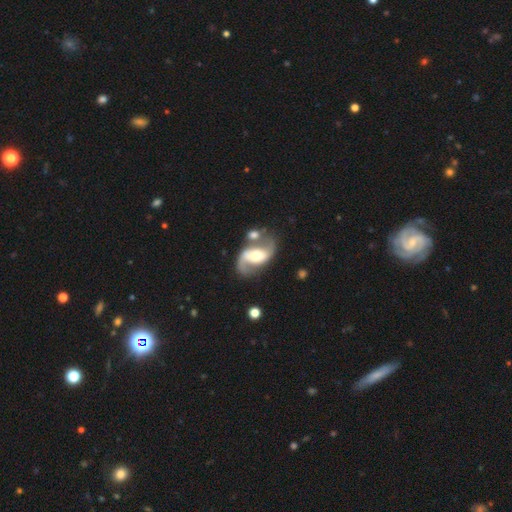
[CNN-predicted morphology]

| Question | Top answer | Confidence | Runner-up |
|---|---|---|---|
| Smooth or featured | featured or disk | 85% | smooth (10%) |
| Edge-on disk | no | 97% | yes (3%) |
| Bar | weak | 35% | tied: strong (35%) |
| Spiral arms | yes | 92% | no (8%) |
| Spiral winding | loose | 52% | medium (38%) |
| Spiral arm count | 2 | 91% | 1 (3%) |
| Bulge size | moderate | 65% | small (17%) |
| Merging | none | 60% | merger (16%) |